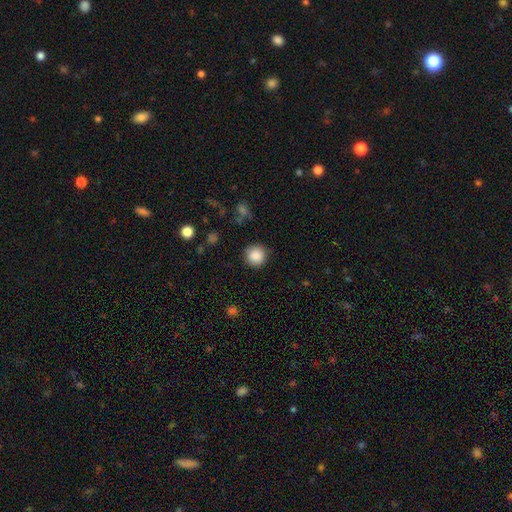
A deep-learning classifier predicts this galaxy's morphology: smooth 87%, star or artifact 9%, featured or disk 4%. Down the decision tree: how rounded — round (94%); merging — none (88%).